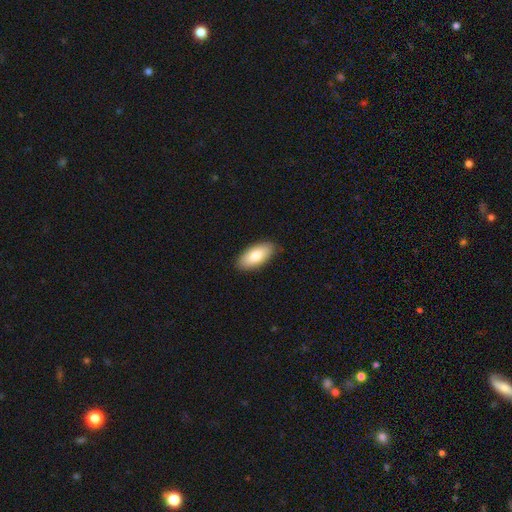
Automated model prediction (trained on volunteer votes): Smooth or featured: smooth — 81% (featured or disk — 13%)
How rounded: in between — 89% (cigar-shaped — 9%)
Merging: none — 87% (minor disturbance — 10%)